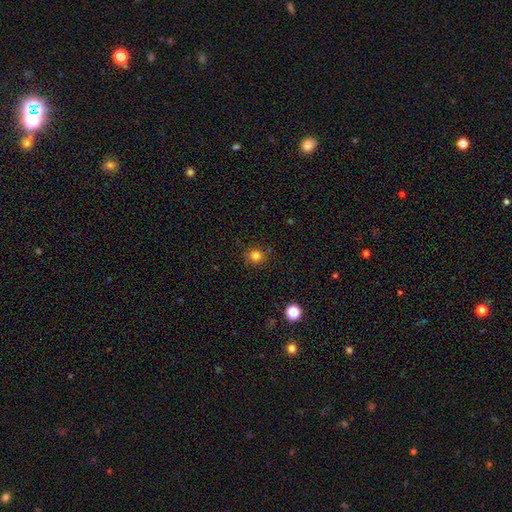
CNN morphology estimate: A smooth galaxy with no disk features (81%) that is round (89%). Merging: none (87%).